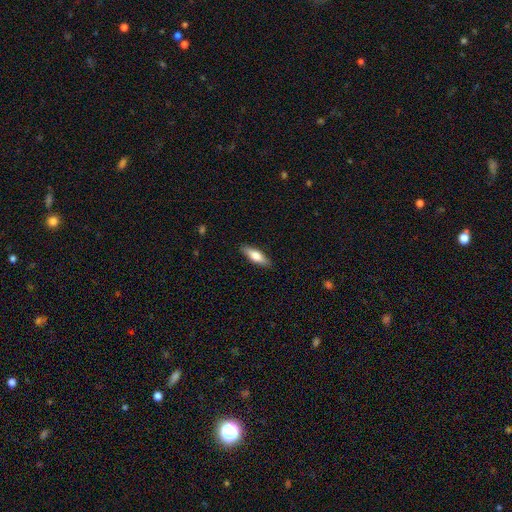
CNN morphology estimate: Q: Smooth or featured?
A: smooth (66%); runner-up: featured or disk (28%)
Q: How rounded?
A: cigar-shaped (50%); runner-up: in between (48%)
Q: Merging?
A: none (88%); runner-up: minor disturbance (9%)